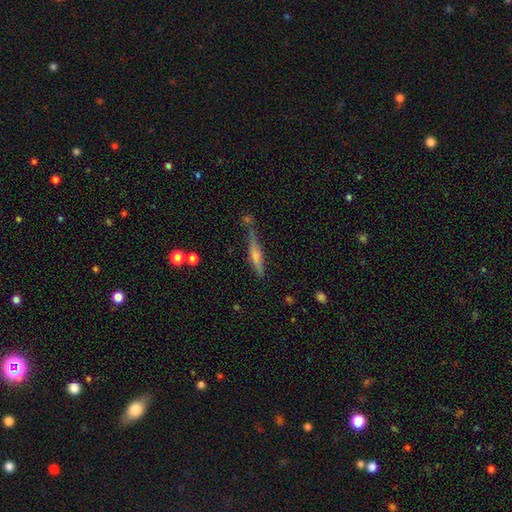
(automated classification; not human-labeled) smooth-or-featured: featured or disk: 46% | smooth: 45% | star or artifact: 8%
  merging: none: 65% | minor disturbance: 20% | merger: 9% | major disturbance: 6%